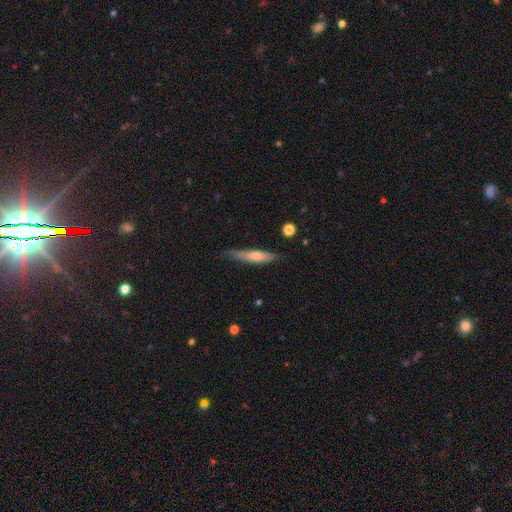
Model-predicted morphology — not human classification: A smooth galaxy with no disk features (55%) that is cigar-shaped (87%). Merging: none (78%).